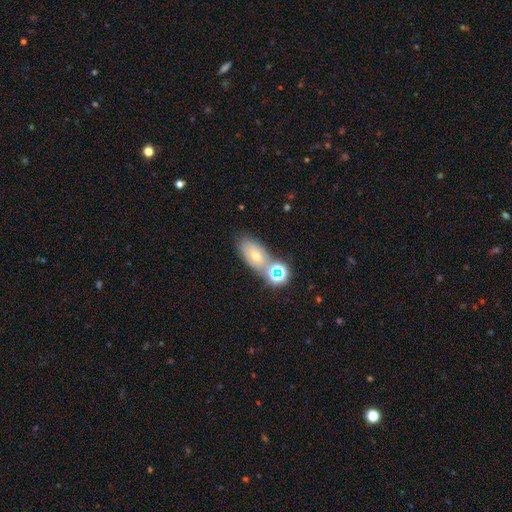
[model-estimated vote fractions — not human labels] smooth 51%, star or artifact 25%, featured or disk 24%. Down the decision tree: how rounded — in between (81%); merging — none (65%).